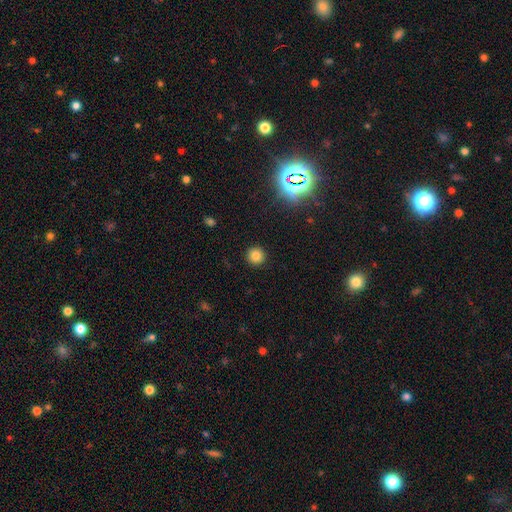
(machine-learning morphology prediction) A smooth galaxy with no disk features (81%) that is round (94%).

Vote fractions:
- Smooth or featured? smooth: 81% / star or artifact: 14% / featured or disk: 5%
- How rounded? round: 94% / in between: 5% / cigar-shaped: 1%
- Merging? none: 92% / minor disturbance: 5% / major disturbance: 2% / merger: 1%